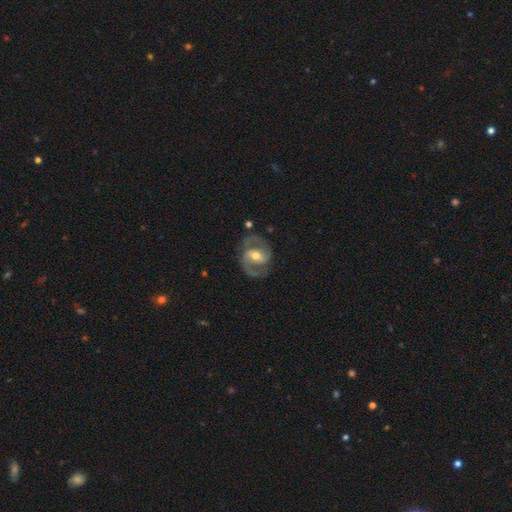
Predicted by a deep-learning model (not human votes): Smooth or featured? Predicted: featured or disk (p=0.87). Edge-on disk? Predicted: no (p=0.98). Bar? Predicted: weak (p=0.45). Spiral arms? Predicted: yes (p=0.95). Spiral winding? Predicted: medium (p=0.59). Spiral arm count? Predicted: 2 (p=0.91). Bulge size? Predicted: moderate (p=0.66). Merging? Predicted: none (p=0.77).